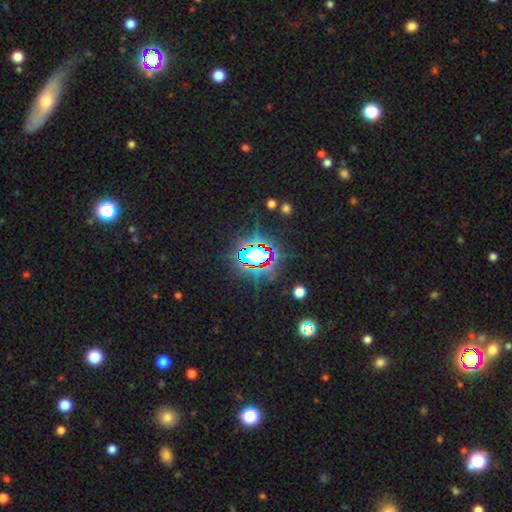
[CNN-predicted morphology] This is likely a star or artifact rather than a galaxy (73%).